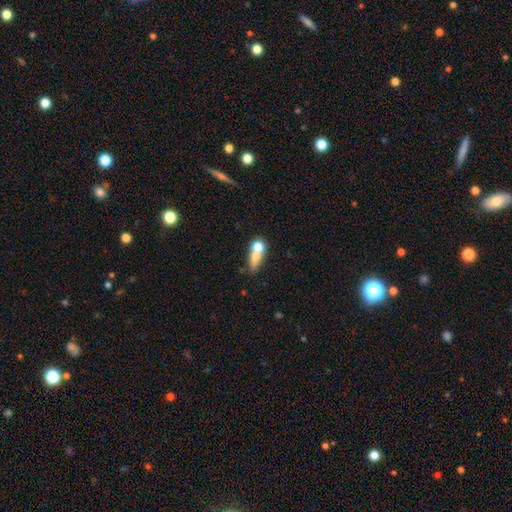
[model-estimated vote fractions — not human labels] Overall: smooth (65%; featured or disk 25%). How rounded: in between (49%; round 29%). Merging: merger (53%; none 30%).